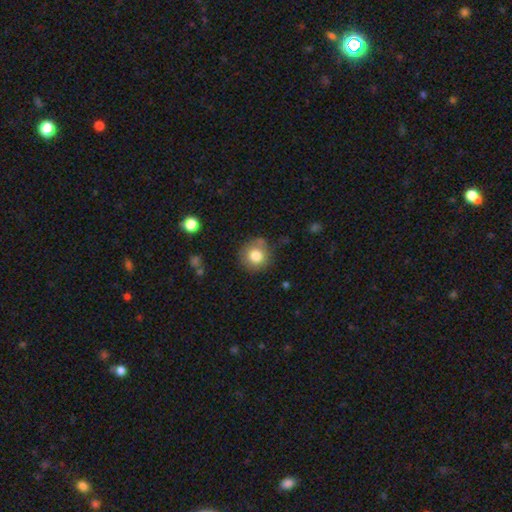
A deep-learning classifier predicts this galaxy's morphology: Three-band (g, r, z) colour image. It shows a smooth galaxy with no disk features (80%) that is round (92%). Merging: none (76%).